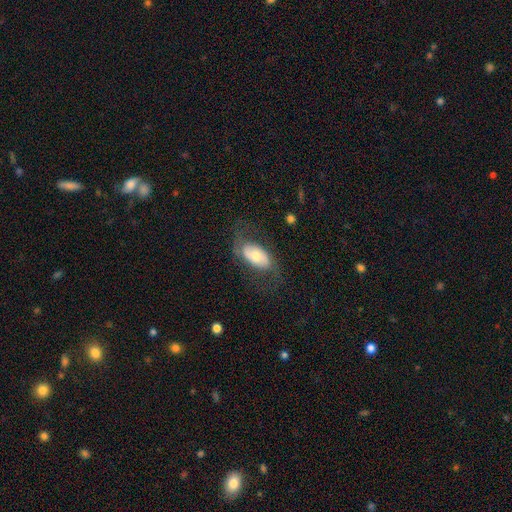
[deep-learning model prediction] Smooth or featured? featured or disk (49%)
Merging? none (63%)